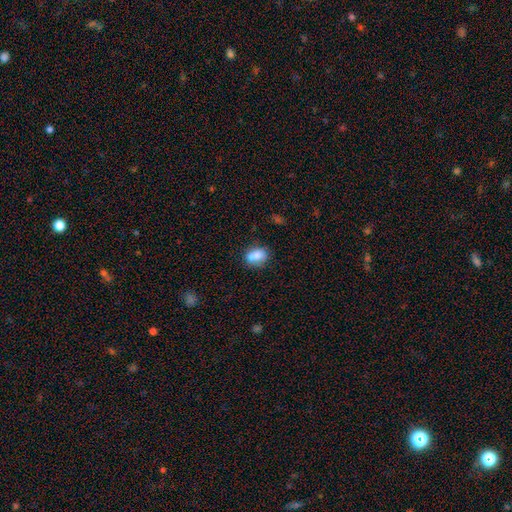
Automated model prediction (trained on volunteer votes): Smooth or featured? Predicted: smooth (p=0.82). How rounded? Predicted: in between (p=0.74). Merging? Predicted: none (p=0.67).